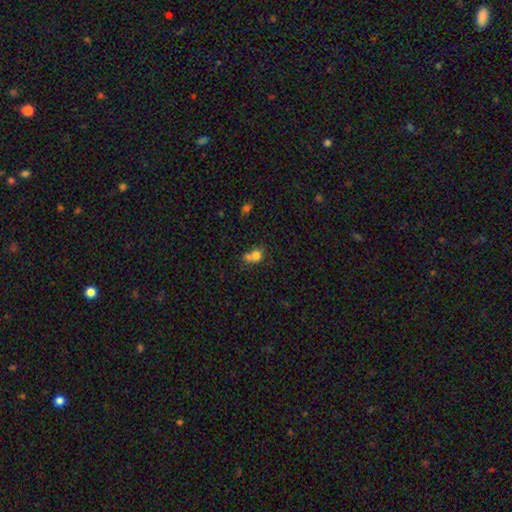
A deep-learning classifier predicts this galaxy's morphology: smooth_or_featured: smooth (p=0.75) [alt: featured or disk p=0.12]
how_rounded: round (p=0.70) [alt: in between p=0.29]
merging: merger (p=0.52) [alt: none p=0.31]